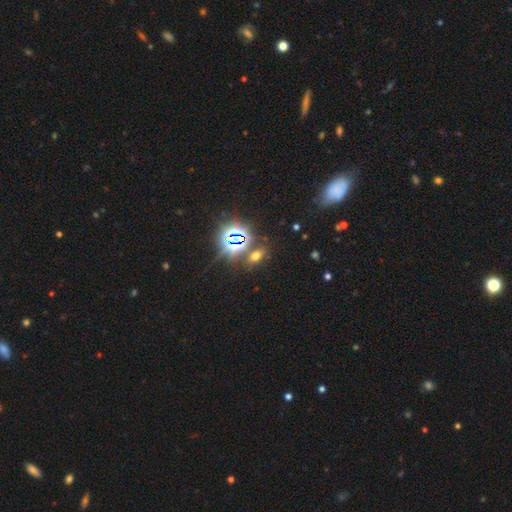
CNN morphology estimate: The model was most divided on "smooth or featured": star or artifact: 46%, smooth: 45%, featured or disk: 9%.